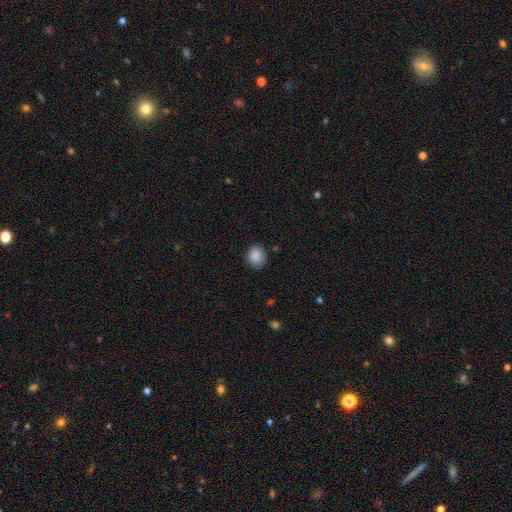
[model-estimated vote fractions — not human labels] Smooth or featured? smooth (88%)
How rounded? round (73%)
Merging? none (84%)